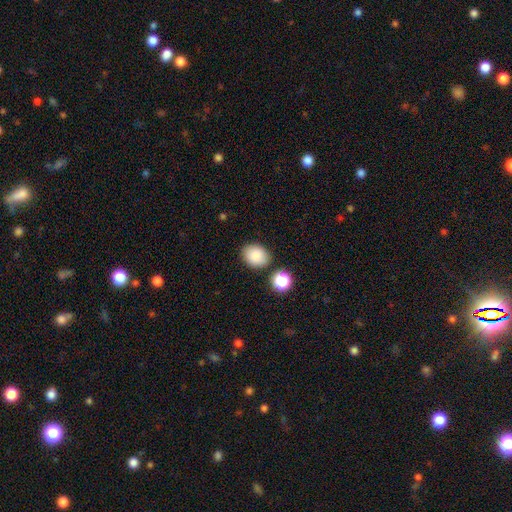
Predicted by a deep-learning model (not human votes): The model was most divided on "how rounded": in between: 55%, round: 44%, cigar-shaped: 1%. More confident: smooth or featured — smooth (86%); merging — none (80%).